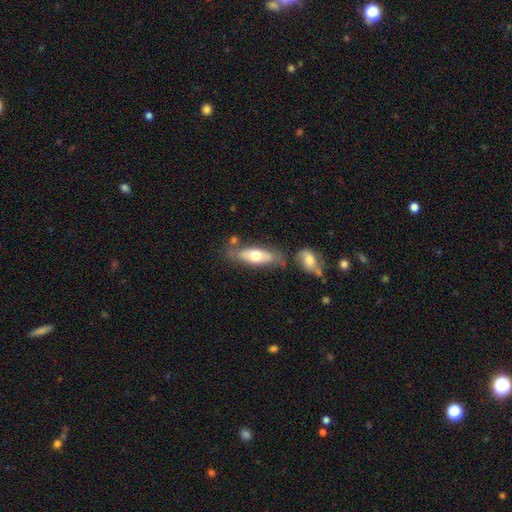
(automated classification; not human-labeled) Overall: smooth (58%; featured or disk 36%). How rounded: in between (65%; cigar-shaped 32%). Merging: none (58%; minor disturbance 19%).